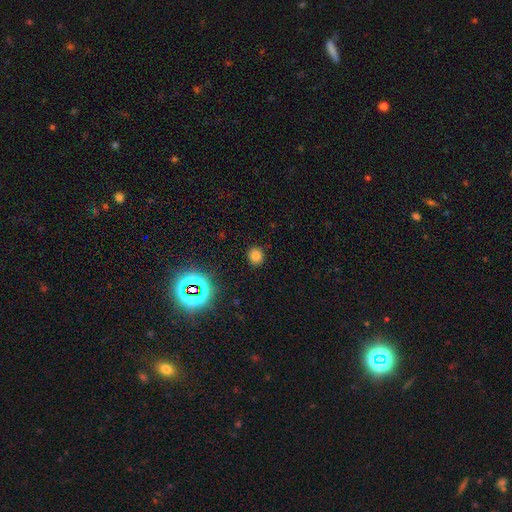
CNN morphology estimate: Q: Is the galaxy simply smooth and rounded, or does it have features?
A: smooth — 75%.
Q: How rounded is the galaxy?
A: round — 82%.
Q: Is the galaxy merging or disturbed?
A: none — 88%.